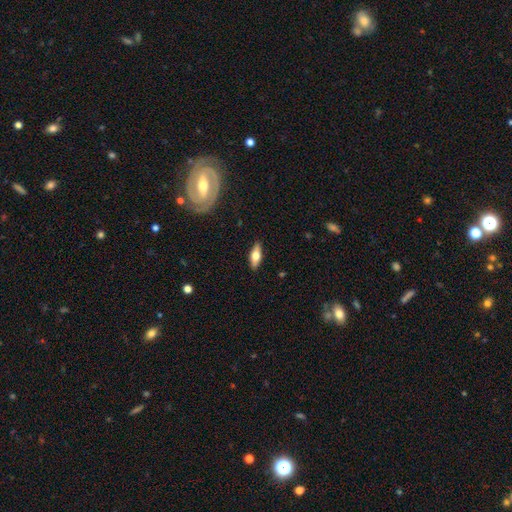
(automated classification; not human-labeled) Smooth or featured? Predicted: smooth (p=0.55). How rounded? Predicted: in between (p=0.67). Merging? Predicted: none (p=0.88).